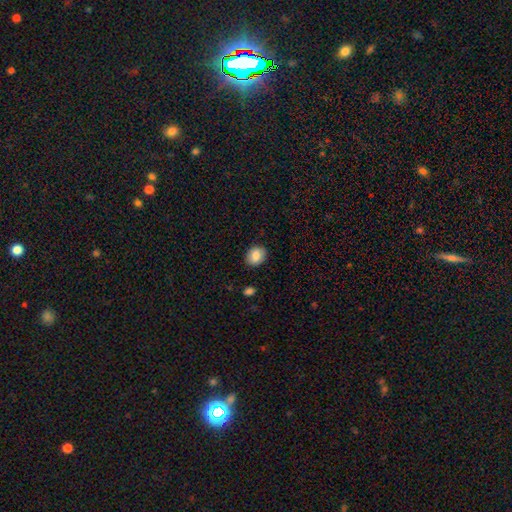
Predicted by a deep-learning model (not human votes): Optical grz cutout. It shows a smooth galaxy with no disk features (85%) that is in between round and cigar-shaped (51%). Merging: none (87%).